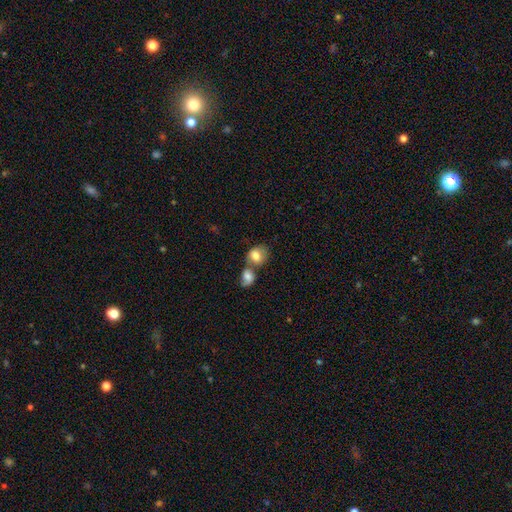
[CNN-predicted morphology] smooth-or-featured: smooth: 79% | featured or disk: 13% | star or artifact: 7%
  how-rounded: in between: 49% (tied) | round: 49% (tied) | cigar-shaped: 1%
  merging: merger: 58% | none: 27% | minor disturbance: 10% | major disturbance: 5%